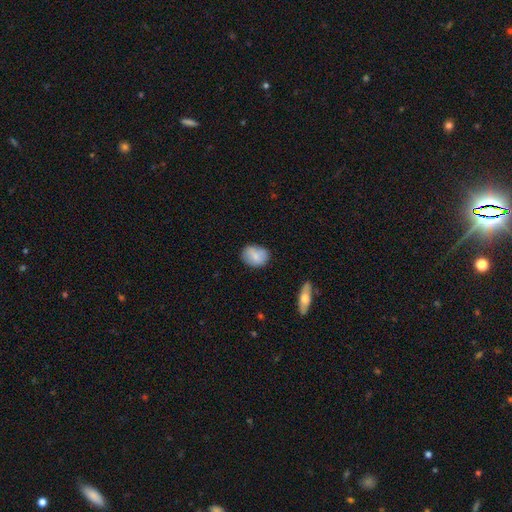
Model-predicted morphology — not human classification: Smooth or featured: smooth — 78% (featured or disk — 15%)
How rounded: in between — 63% (round — 35%)
Merging: none — 76% (minor disturbance — 19%)